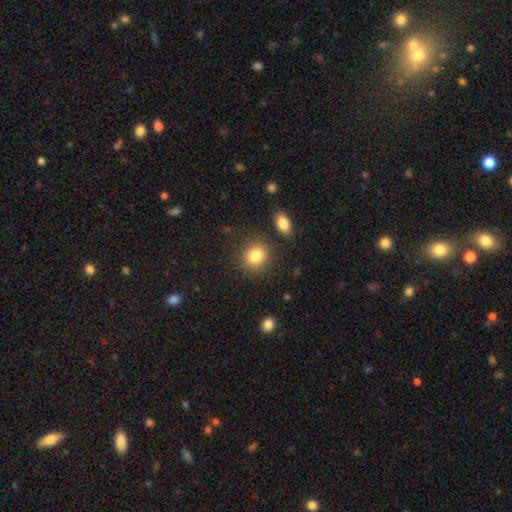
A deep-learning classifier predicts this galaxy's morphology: This appears to be a smooth galaxy with no disk features (84%) that is round (75%). Merging: none (83%).